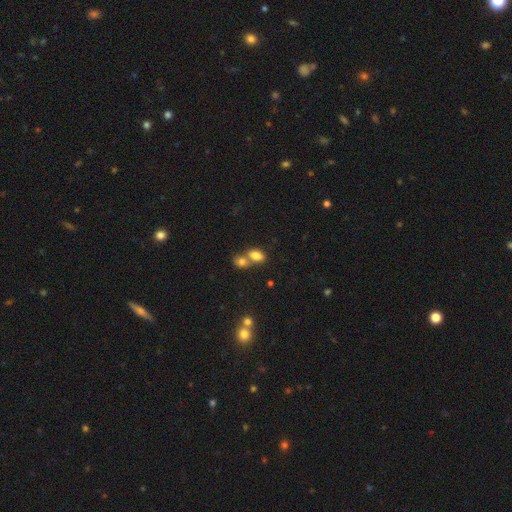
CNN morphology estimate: type=smooth (80%); roundness=in between (83%); merging=merger (56%).